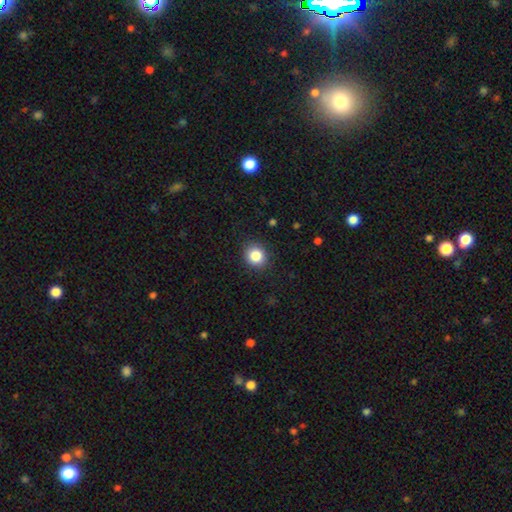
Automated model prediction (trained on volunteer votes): This appears to be a smooth galaxy with no disk features (85%) that is round (80%). Merging: none (89%).